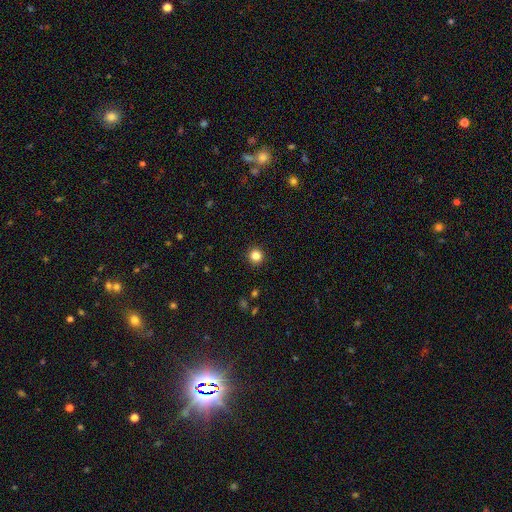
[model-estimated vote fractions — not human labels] smooth_or_featured: smooth (p=0.84) [alt: star or artifact p=0.12]
how_rounded: round (p=0.95) [alt: in between p=0.04]
merging: none (p=0.93) [alt: minor disturbance p=0.04]